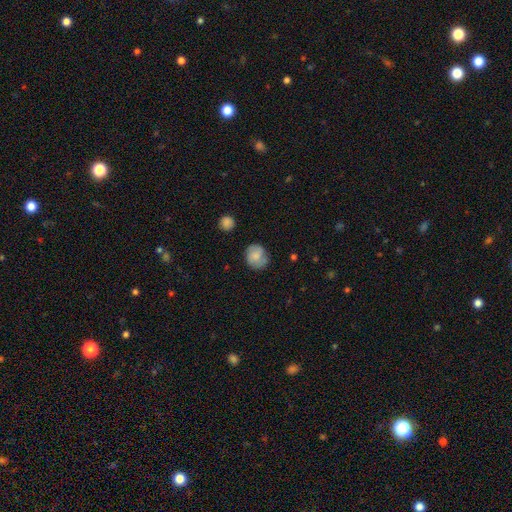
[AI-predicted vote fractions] Smooth or featured? Predicted: smooth (p=0.71). How rounded? Predicted: round (p=0.71). Merging? Predicted: none (p=0.67).